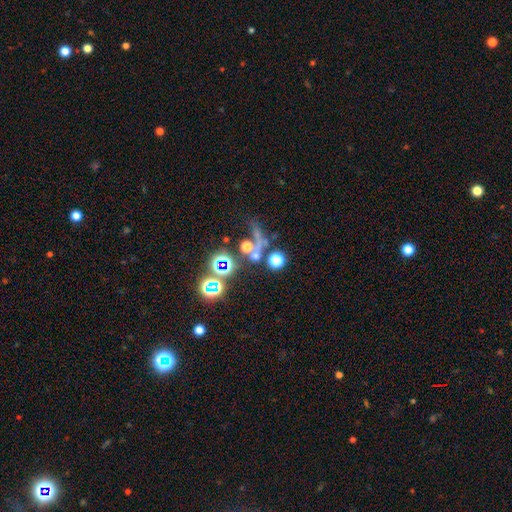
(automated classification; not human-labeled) Smooth or featured? Predicted: star or artifact (p=0.47).